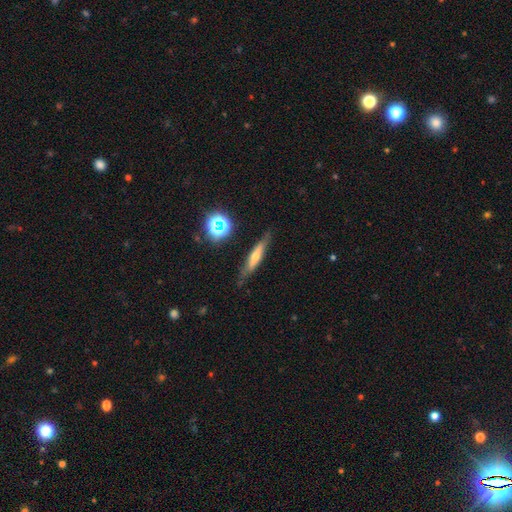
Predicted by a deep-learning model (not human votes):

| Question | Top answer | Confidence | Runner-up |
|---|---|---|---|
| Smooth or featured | featured or disk | 54% | smooth (33%) |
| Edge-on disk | yes | 86% | no (14%) |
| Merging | none | 81% | minor disturbance (14%) |